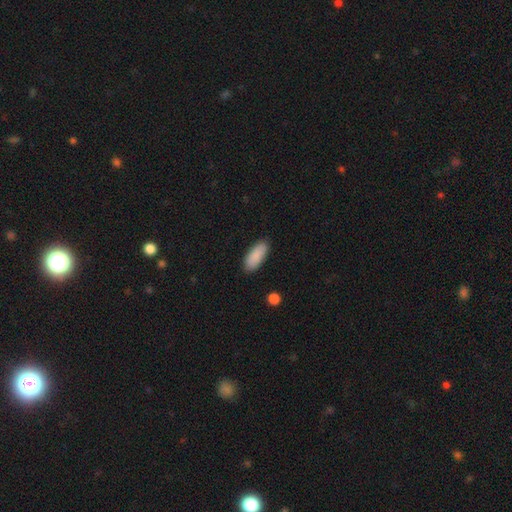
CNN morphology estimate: A smooth galaxy with no disk features (89%) that is in between round and cigar-shaped (82%). Merging: none (87%).